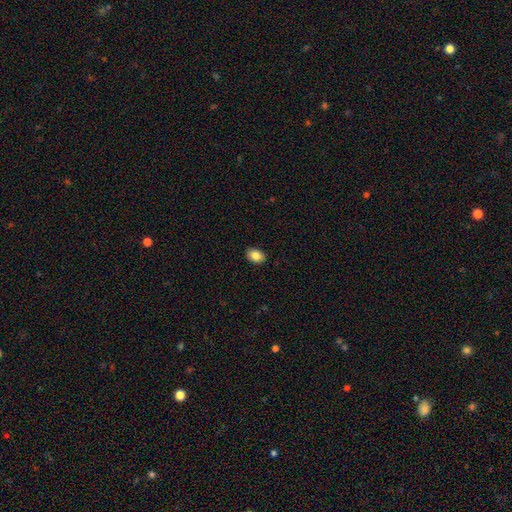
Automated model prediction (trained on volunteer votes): smooth_or_featured: smooth (p=0.86) [alt: star or artifact p=0.08]
how_rounded: in between (p=0.79) [alt: round p=0.20]
merging: none (p=0.89) [alt: minor disturbance p=0.08]